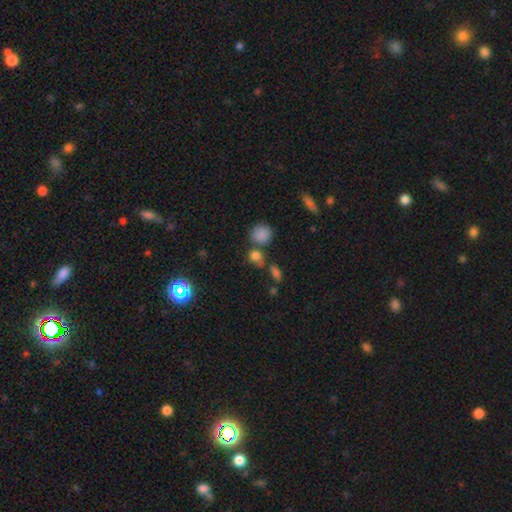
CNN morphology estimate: smooth_or_featured: smooth (p=0.77) [alt: star or artifact p=0.16]
how_rounded: round (p=0.67) [alt: in between p=0.31]
merging: none (p=0.55) [alt: merger p=0.27]